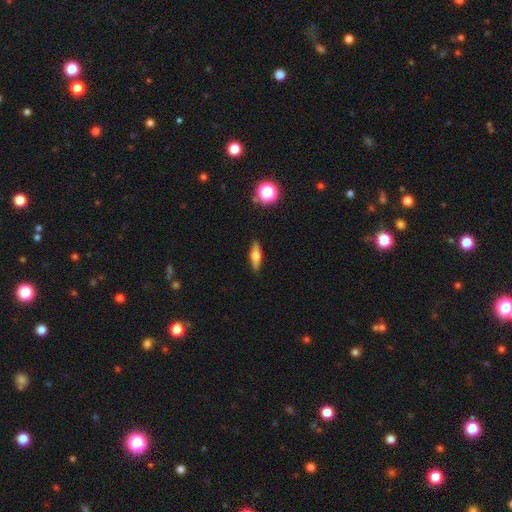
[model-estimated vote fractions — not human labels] featured or disk 47%, smooth 44%, star or artifact 8%. Down the decision tree: merging — none (89%).